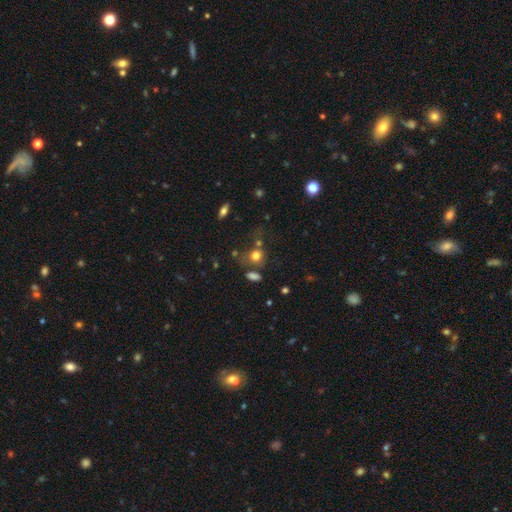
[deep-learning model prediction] Morphology: type=smooth (74%); roundness=round (68%); merging=none (54%).